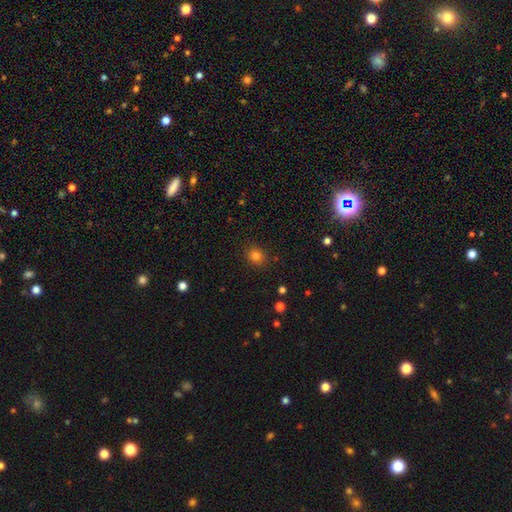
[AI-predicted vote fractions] smooth_or_featured: smooth (p=0.81) [alt: star or artifact p=0.14]
how_rounded: round (p=0.75) [alt: in between p=0.24]
merging: none (p=0.87) [alt: minor disturbance p=0.09]